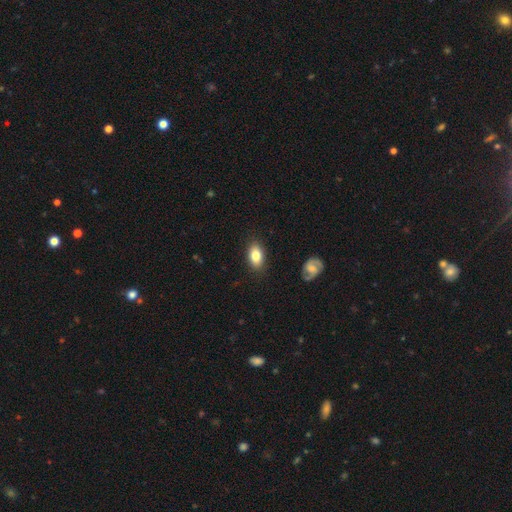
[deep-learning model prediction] smooth 79%, featured or disk 14%, star or artifact 7%. Down the decision tree: how rounded — in between (89%); merging — none (86%).